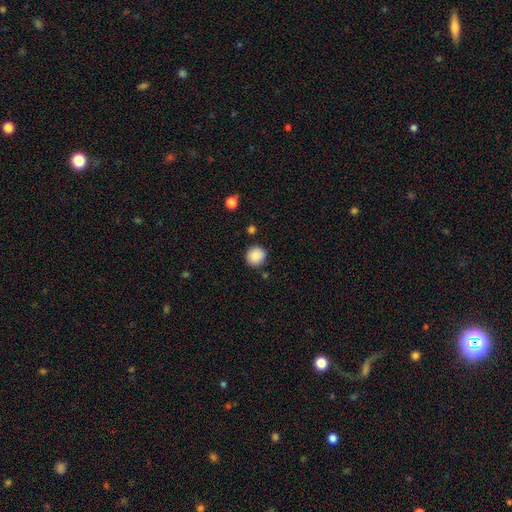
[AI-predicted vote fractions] This is clearly a smooth galaxy (88%). How rounded: clearly round (88%). Merging: clearly none (86%).